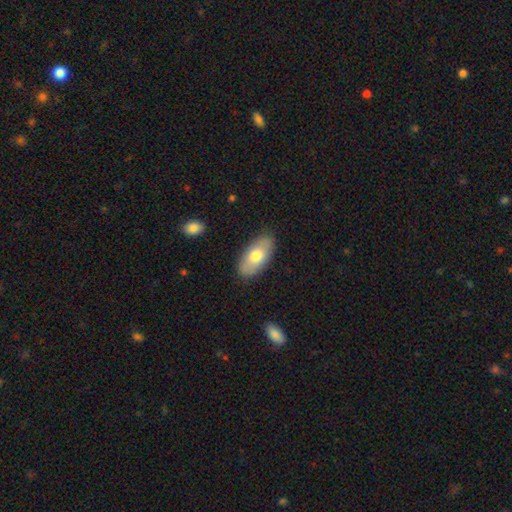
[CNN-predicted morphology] A smooth galaxy with no disk features (71%) that is in between round and cigar-shaped (92%). Merging: none (85%).